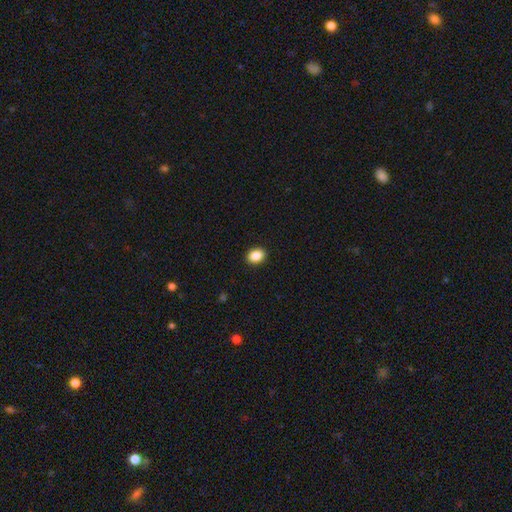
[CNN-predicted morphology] Smooth or featured?
  - smooth: 88% *
  - star or artifact: 9%
  - featured or disk: 3%
How rounded?
  - in between: 68% *
  - round: 31%
  - cigar-shaped: 1%
Merging?
  - none: 91% *
  - minor disturbance: 6%
  - major disturbance: 2%
  - merger: 1%